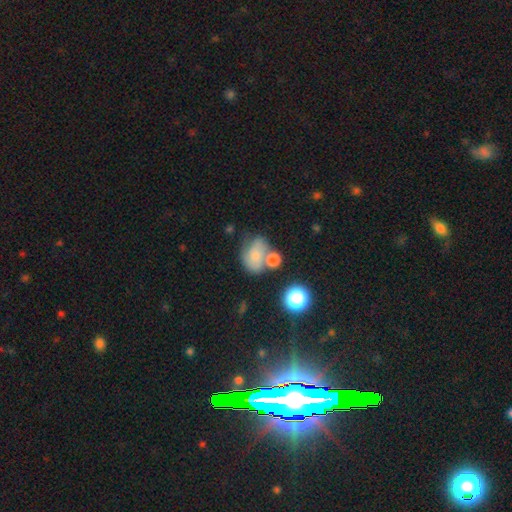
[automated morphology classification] smooth-or-featured: smooth: 63% | featured or disk: 24% | star or artifact: 12%
  how-rounded: in between: 61% | round: 38% | cigar-shaped: 1%
  merging: none: 35% | merger: 32% | minor disturbance: 21% | major disturbance: 12%